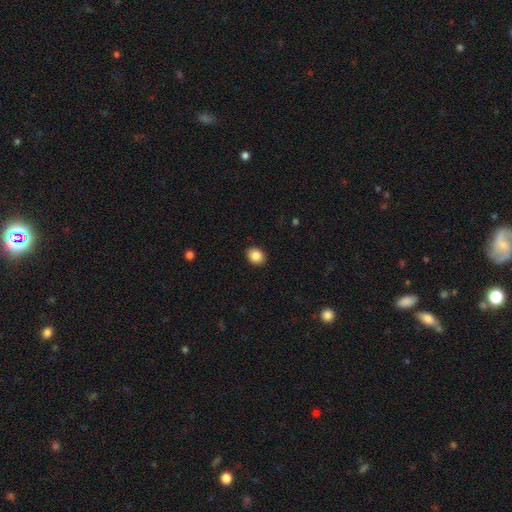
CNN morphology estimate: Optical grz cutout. It shows a smooth galaxy with no disk features (87%) that is round (54%). Merging: none (91%).